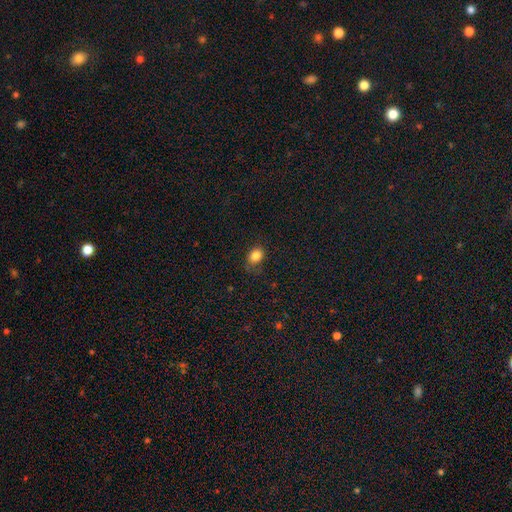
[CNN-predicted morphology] The model was most divided on "how rounded": in between: 59%, round: 40%, cigar-shaped: 1%. More confident: smooth or featured — smooth (84%); merging — none (75%).